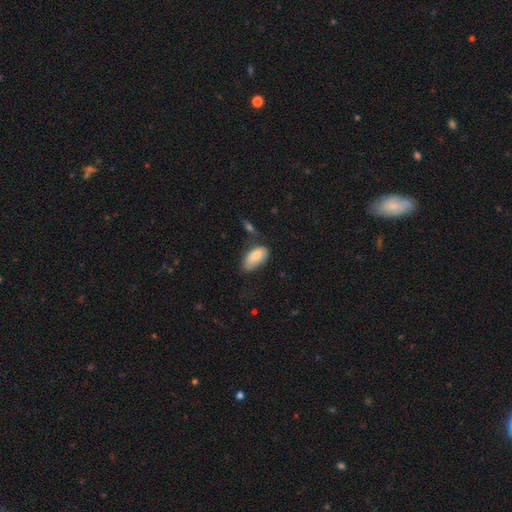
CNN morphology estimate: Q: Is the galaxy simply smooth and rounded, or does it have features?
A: smooth — 80%.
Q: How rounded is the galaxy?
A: in between — 93%.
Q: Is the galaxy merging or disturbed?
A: none — 46%.